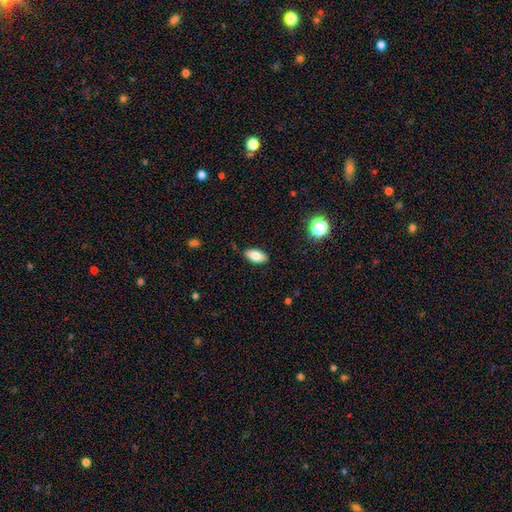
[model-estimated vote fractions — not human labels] The model was most divided on "smooth or featured": smooth: 79%, featured or disk: 12%, star or artifact: 8%. More confident: how rounded — in between (90%); merging — none (85%).